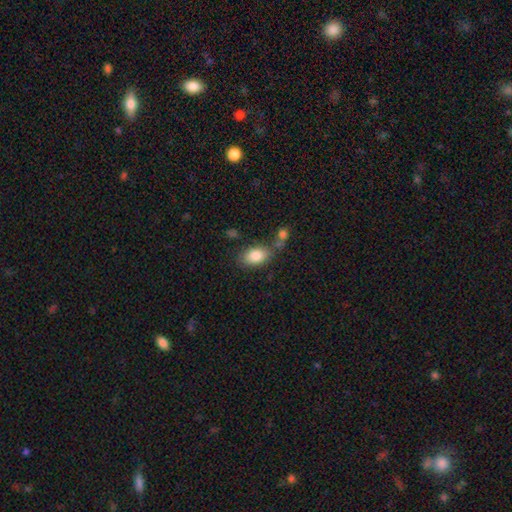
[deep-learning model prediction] Q: Smooth or featured?
A: smooth (84%); runner-up: featured or disk (9%)
Q: How rounded?
A: in between (88%); runner-up: round (11%)
Q: Merging?
A: none (63%); runner-up: minor disturbance (16%)